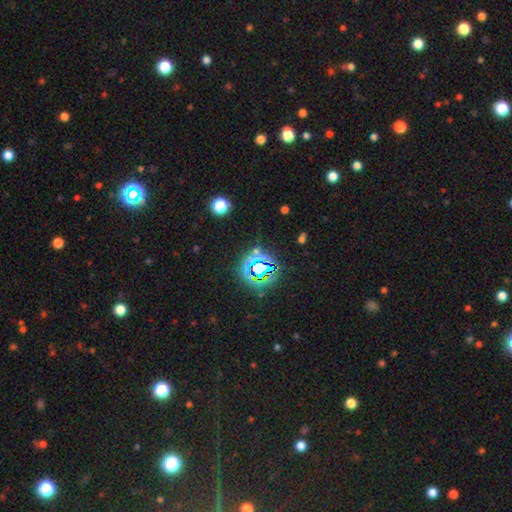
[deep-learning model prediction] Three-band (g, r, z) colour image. It shows a star or artifact, not a galaxy (76%).